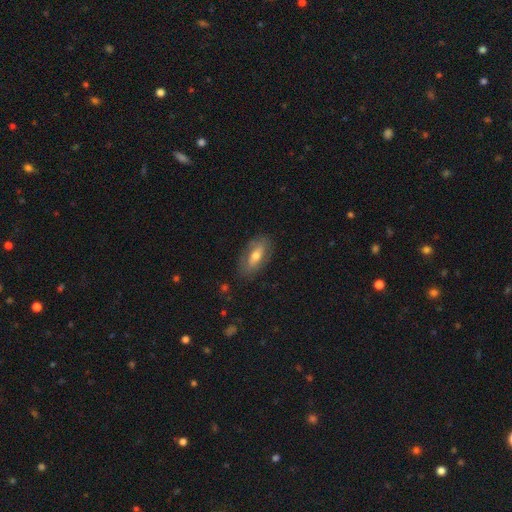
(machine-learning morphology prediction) Smooth or featured?
  - smooth: 52% *
  - featured or disk: 41%
  - star or artifact: 7%
How rounded?
  - in between: 81% *
  - cigar-shaped: 15%
  - round: 4%
Merging?
  - none: 78% *
  - minor disturbance: 16%
  - major disturbance: 5%
  - merger: 1%